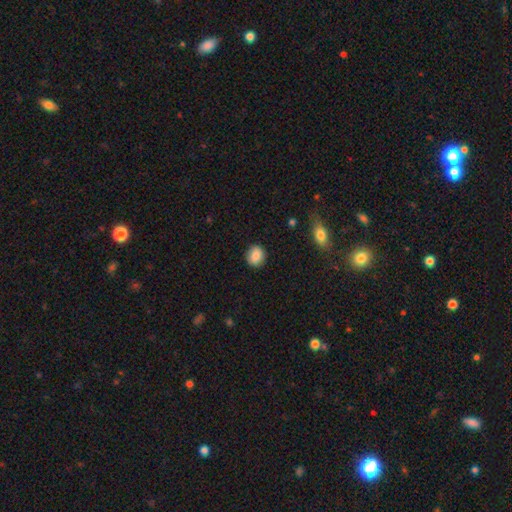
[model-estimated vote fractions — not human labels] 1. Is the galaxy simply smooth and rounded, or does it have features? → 87% smooth, 8% star or artifact, 5% featured or disk.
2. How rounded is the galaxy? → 75% round, 24% in between, 1% cigar-shaped.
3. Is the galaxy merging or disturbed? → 89% none, 8% minor disturbance, 2% major disturbance, 1% merger.